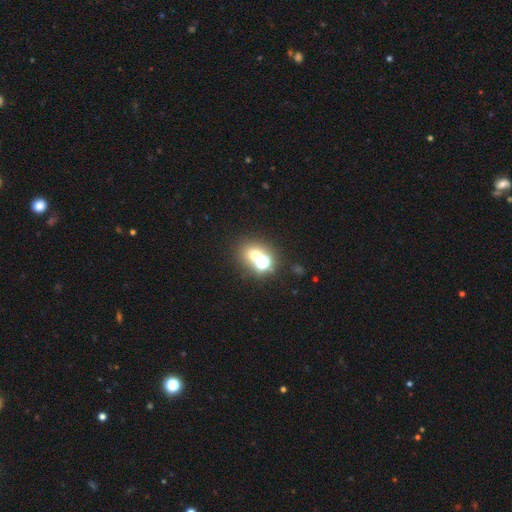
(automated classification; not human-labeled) This appears to be a smooth galaxy with no disk features (55%) that is round (73%). Merging: none (54%).